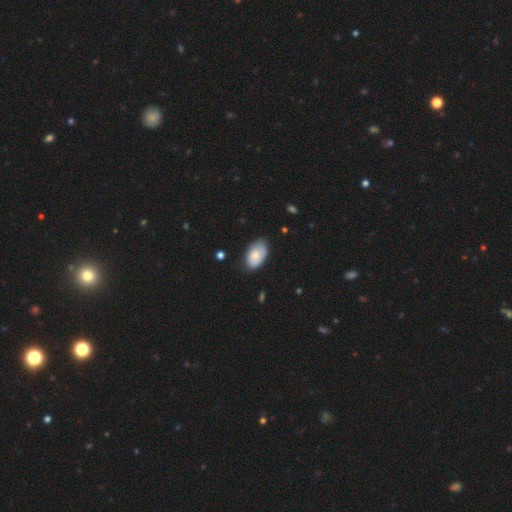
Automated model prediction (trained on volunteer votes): A smooth galaxy with no disk features (80%) that is in between round and cigar-shaped (93%). Merging: none (70%).